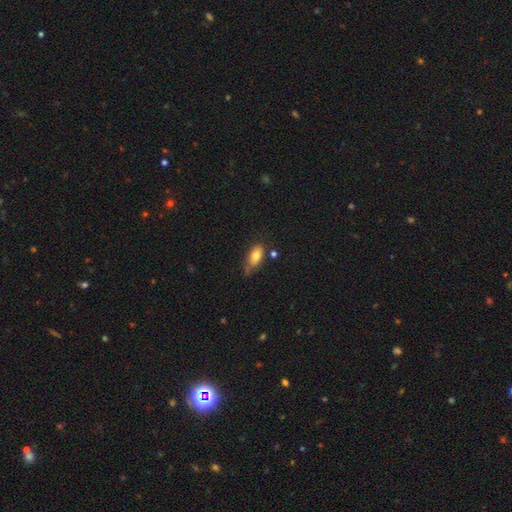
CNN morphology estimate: Smooth or featured? Predicted: smooth (p=0.78). How rounded? Predicted: in between (p=0.88). Merging? Predicted: none (p=0.57).